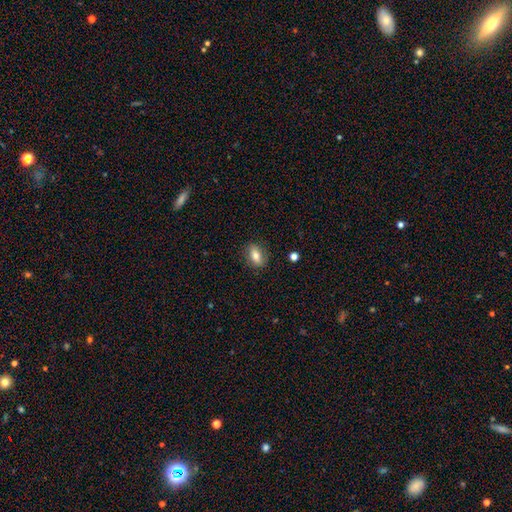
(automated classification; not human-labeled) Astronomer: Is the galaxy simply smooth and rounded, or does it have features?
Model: smooth — 68%.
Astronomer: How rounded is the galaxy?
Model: in between — 79%.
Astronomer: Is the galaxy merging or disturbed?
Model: none — 83%.